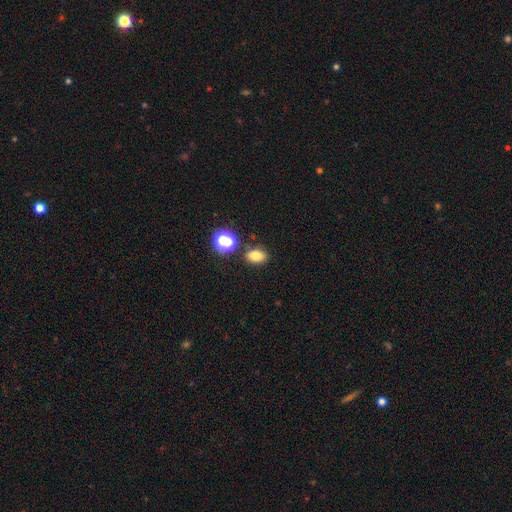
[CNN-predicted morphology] The model was most divided on "how rounded": in between: 70%, round: 29%, cigar-shaped: 1%. More confident: merging — none (80%); smooth or featured — smooth (76%).